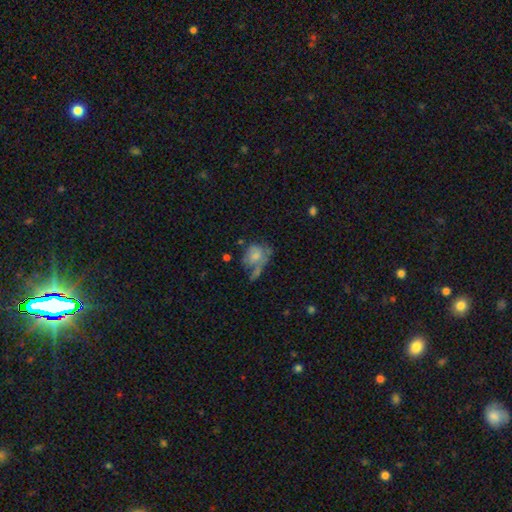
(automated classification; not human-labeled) smooth-or-featured: smooth: 55% | featured or disk: 35% | star or artifact: 10%
  how-rounded: in between: 57% | round: 41% | cigar-shaped: 2%
  merging: major disturbance: 31% | none: 27% | minor disturbance: 25% | merger: 17%